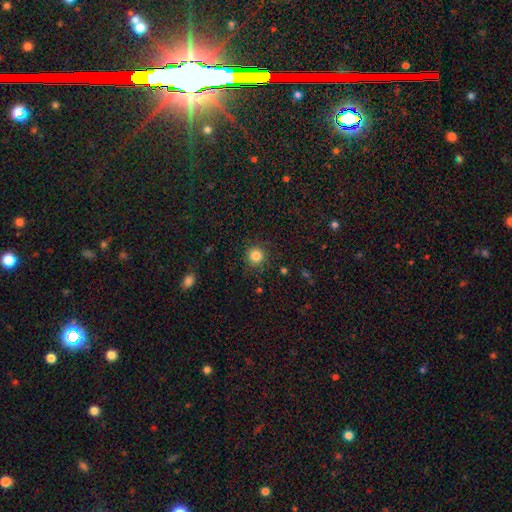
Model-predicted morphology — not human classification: smooth 84%, star or artifact 12%, featured or disk 5%. Down the decision tree: how rounded — round (94%); merging — none (88%).